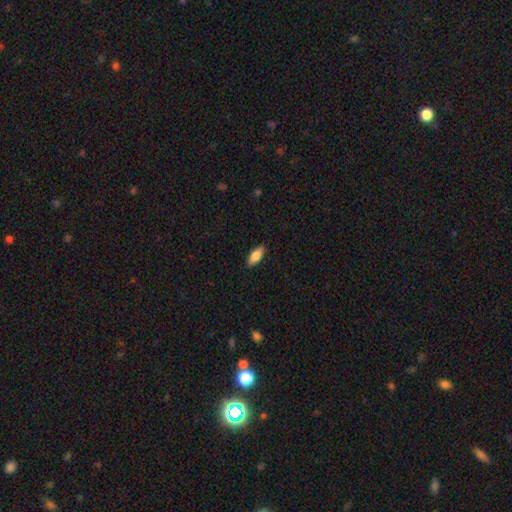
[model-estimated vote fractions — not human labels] This is clearly a smooth galaxy (84%). How rounded: clearly in between (82%). Merging: clearly none (88%).